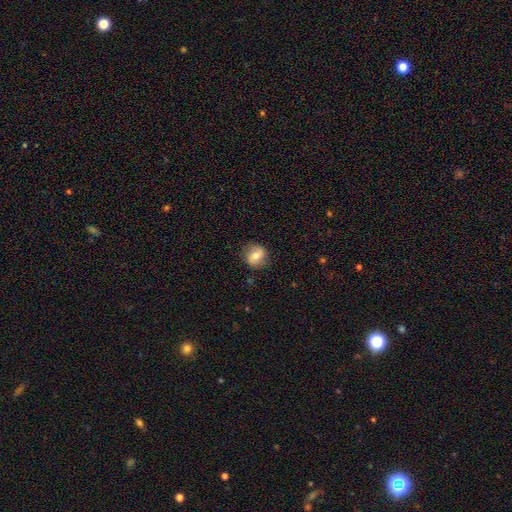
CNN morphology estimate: Smooth or featured? smooth (65%)
How rounded? round (78%)
Merging? none (80%)